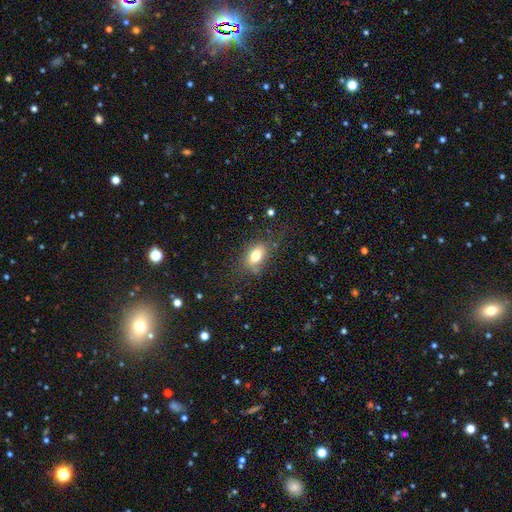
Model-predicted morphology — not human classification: Smooth or featured? smooth (77%)
How rounded? in between (84%)
Merging? none (73%)